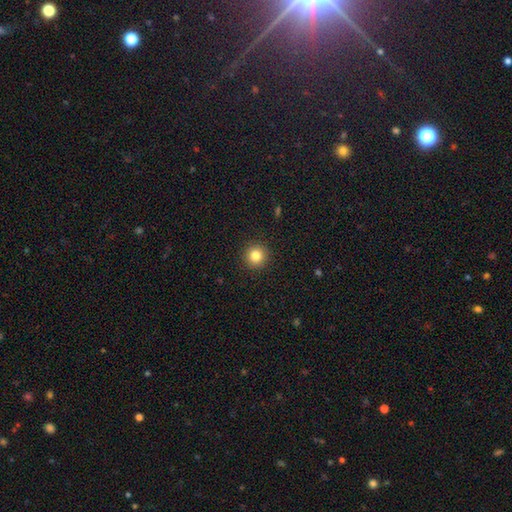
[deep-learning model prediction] smooth 83%, star or artifact 11%, featured or disk 6%. Down the decision tree: how rounded — round (95%); merging — none (92%).